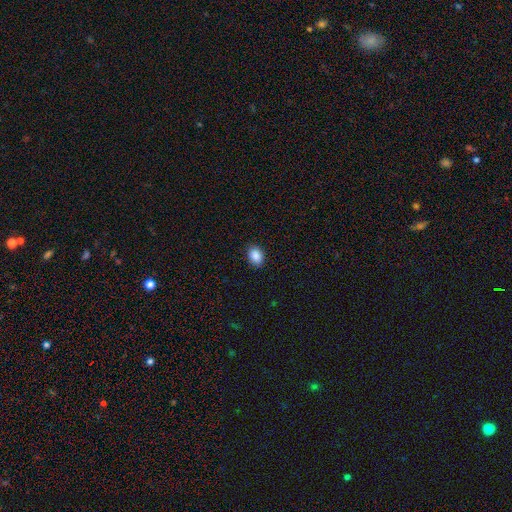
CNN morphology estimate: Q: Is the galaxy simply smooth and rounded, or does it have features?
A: smooth — 88%.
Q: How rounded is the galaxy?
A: in between — 70%.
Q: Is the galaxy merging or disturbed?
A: none — 89%.